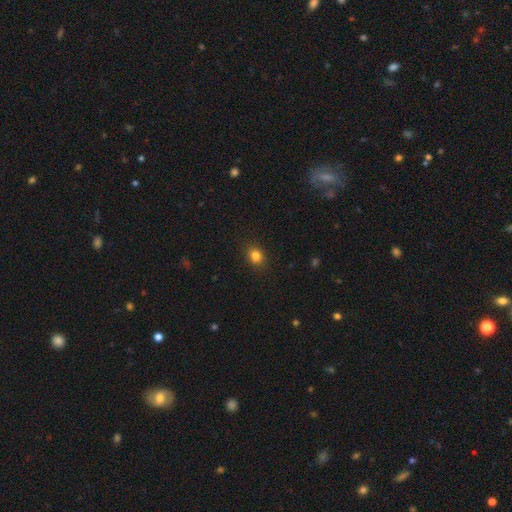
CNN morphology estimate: This is clearly a smooth galaxy (82%). How rounded: possibly round (55%). Merging: clearly none (87%).